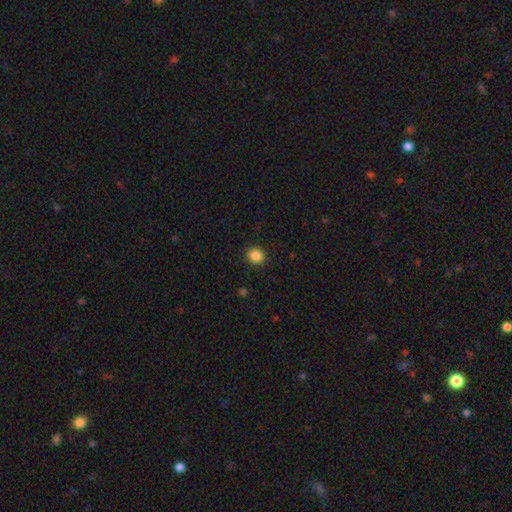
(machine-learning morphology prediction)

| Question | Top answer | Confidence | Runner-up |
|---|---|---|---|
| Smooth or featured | smooth | 87% | star or artifact (10%) |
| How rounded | round | 77% | in between (22%) |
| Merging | none | 90% | minor disturbance (7%) |